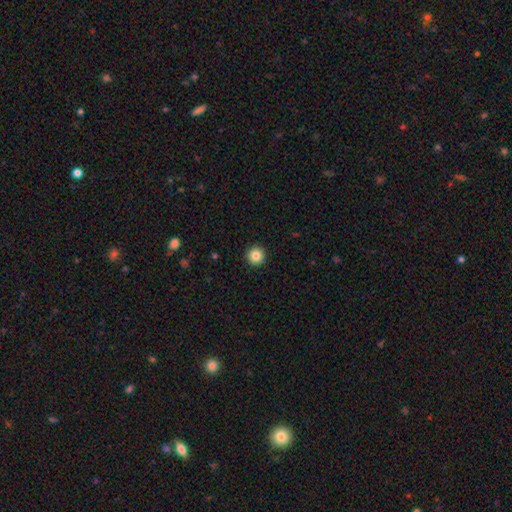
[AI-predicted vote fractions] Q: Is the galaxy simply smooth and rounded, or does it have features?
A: smooth — 85%.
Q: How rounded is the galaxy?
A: round — 96%.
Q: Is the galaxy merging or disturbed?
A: none — 93%.